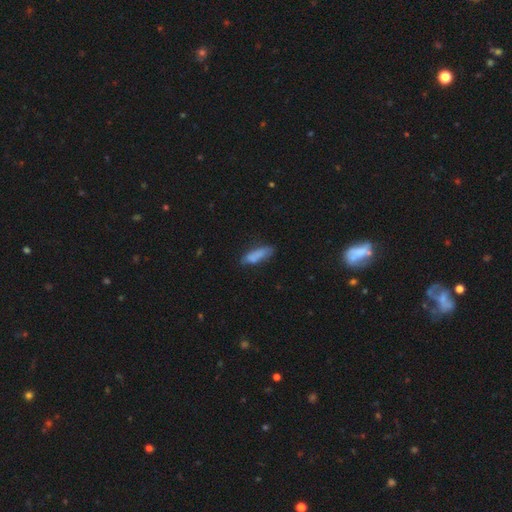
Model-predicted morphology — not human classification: smooth 80%, featured or disk 13%, star or artifact 7%. Down the decision tree: how rounded — cigar-shaped (57%); merging — none (65%).